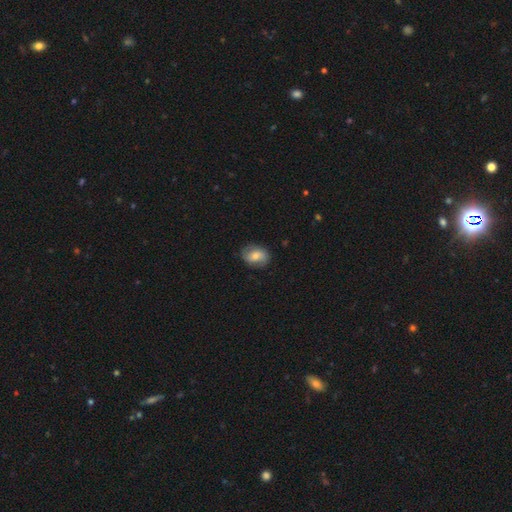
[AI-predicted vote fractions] Smooth or featured? smooth (58%)
How rounded? in between (61%)
Merging? none (79%)